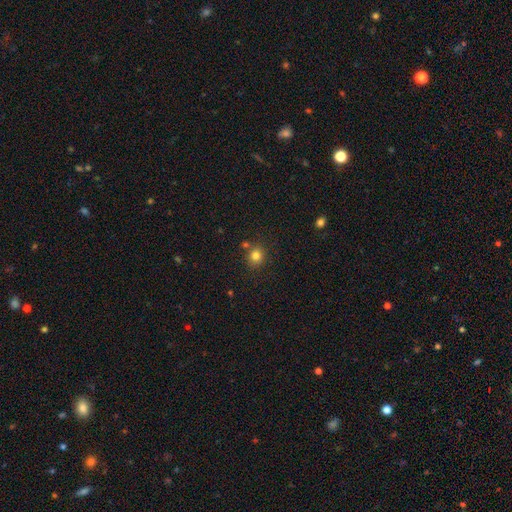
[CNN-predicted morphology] smooth-or-featured: smooth: 81% | star or artifact: 13% | featured or disk: 6%
  how-rounded: round: 81% | in between: 18% | cigar-shaped: 1%
  merging: none: 77% | merger: 10% | minor disturbance: 10% | major disturbance: 3%